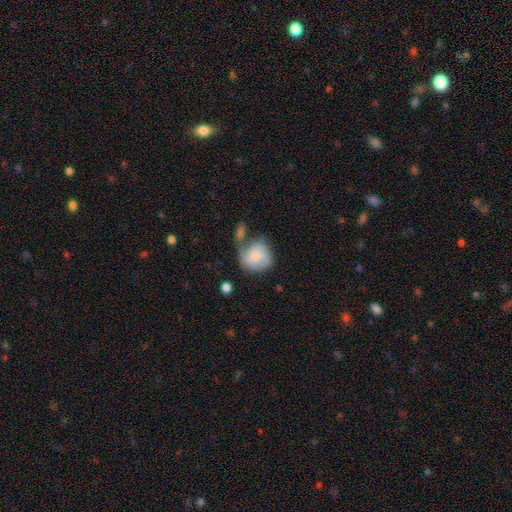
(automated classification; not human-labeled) Overall: smooth (68%). How rounded: round (75%). Merging: none (31%; merger 28%).